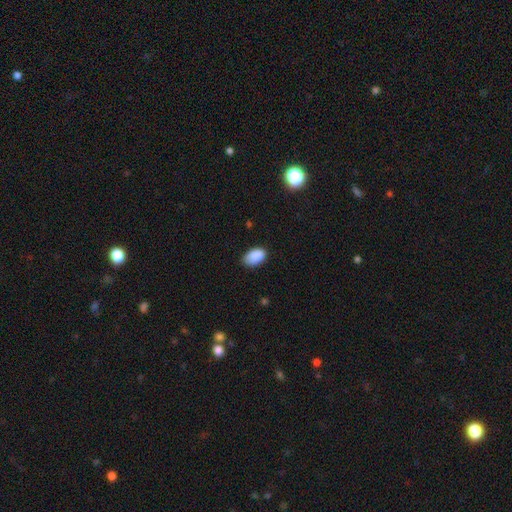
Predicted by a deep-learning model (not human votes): Smooth or featured? Predicted: smooth (p=0.88). How rounded? Predicted: in between (p=0.92). Merging? Predicted: none (p=0.69).